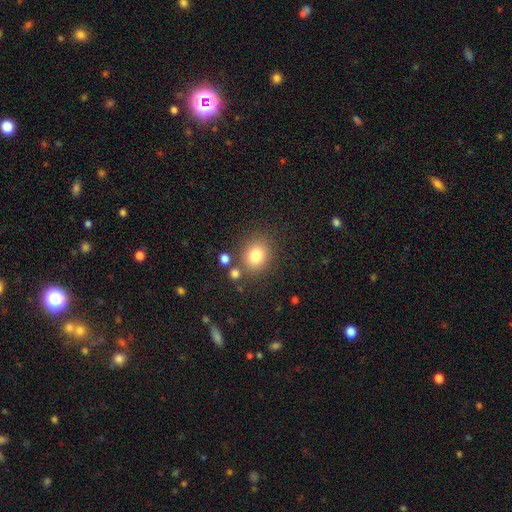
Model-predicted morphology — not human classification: This is clearly a smooth galaxy (80%). How rounded: likely round (72%). Merging: likely none (78%).